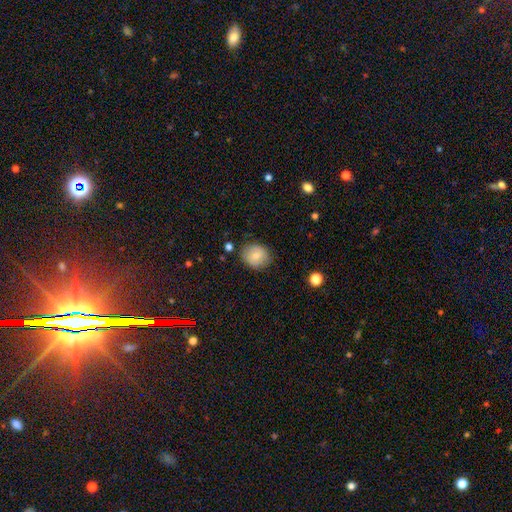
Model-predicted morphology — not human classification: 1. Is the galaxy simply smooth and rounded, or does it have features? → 76% smooth, 16% featured or disk, 8% star or artifact.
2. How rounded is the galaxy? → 66% round, 33% in between, 1% cigar-shaped.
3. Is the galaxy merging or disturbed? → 80% none, 14% minor disturbance, 3% major disturbance, 2% merger.